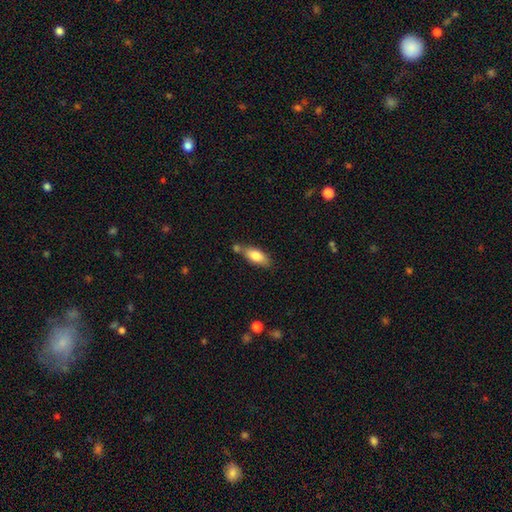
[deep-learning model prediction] Overall: smooth (77%). How rounded: in between (78%). Merging: none (58%; merger 19%).